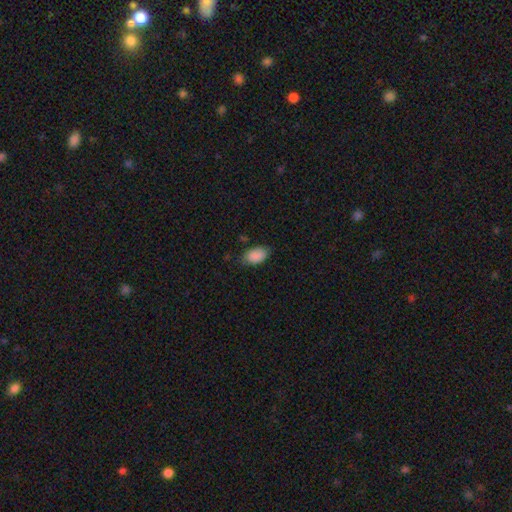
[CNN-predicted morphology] A smooth galaxy with no disk features (89%) that is in between round and cigar-shaped (92%).

Vote fractions:
- Smooth or featured? smooth: 89% / star or artifact: 7% / featured or disk: 4%
- How rounded? in between: 92% / round: 7% / cigar-shaped: 2%
- Merging? none: 75% / minor disturbance: 20% / major disturbance: 4% / merger: 1%